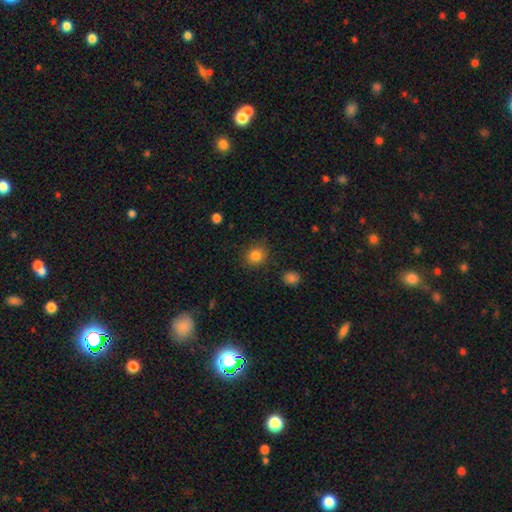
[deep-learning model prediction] A smooth galaxy with no disk features (84%) that is round (79%).

Vote fractions:
- Smooth or featured? smooth: 84% / star or artifact: 11% / featured or disk: 5%
- How rounded? round: 79% / in between: 21% / cigar-shaped: 1%
- Merging? none: 86% / minor disturbance: 10% / major disturbance: 3% / merger: 2%